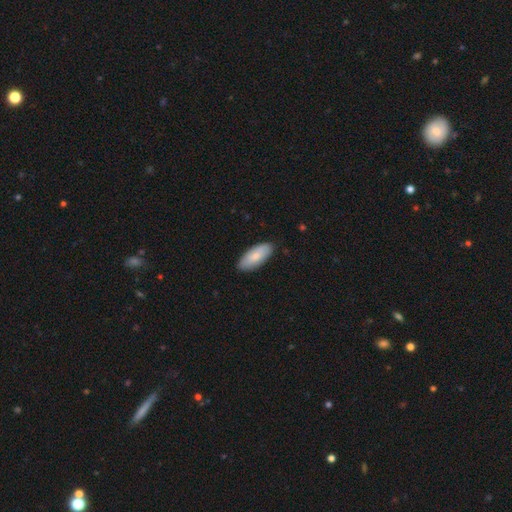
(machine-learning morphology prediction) Smooth or featured? smooth (81%)
How rounded? in between (86%)
Merging? none (86%)